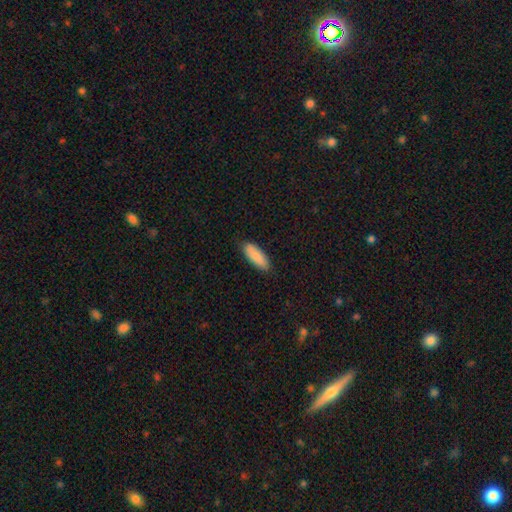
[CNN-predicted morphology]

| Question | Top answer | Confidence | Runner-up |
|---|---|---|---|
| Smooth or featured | smooth | 88% | featured or disk (7%) |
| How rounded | in between | 68% | cigar-shaped (31%) |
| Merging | none | 86% | minor disturbance (11%) |